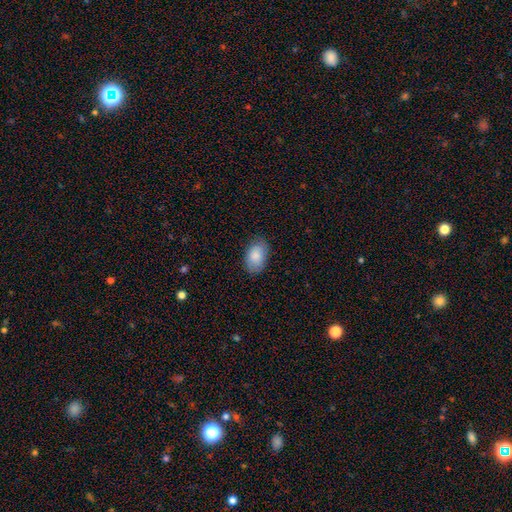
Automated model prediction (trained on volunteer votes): smooth-or-featured: smooth: 85% | featured or disk: 9% | star or artifact: 6%
  how-rounded: in between: 91% | round: 8% | cigar-shaped: 1%
  merging: none: 83% | minor disturbance: 14% | major disturbance: 3% | merger: 1%